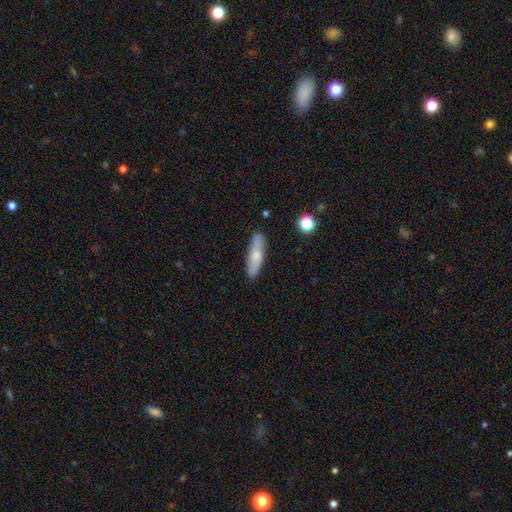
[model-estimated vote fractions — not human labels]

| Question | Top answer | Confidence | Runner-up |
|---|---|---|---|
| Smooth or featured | smooth | 67% | featured or disk (27%) |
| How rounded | cigar-shaped | 59% | in between (38%) |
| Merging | none | 85% | minor disturbance (11%) |